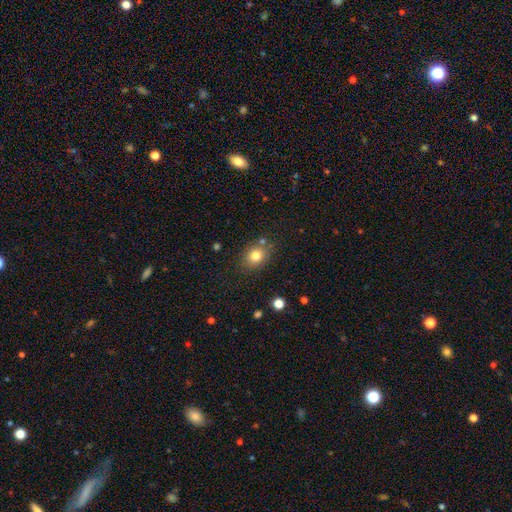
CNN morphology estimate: smooth_or_featured: smooth (p=0.79) [alt: star or artifact p=0.11]
how_rounded: in between (p=0.54) [alt: round p=0.45]
merging: none (p=0.78) [alt: minor disturbance p=0.13]